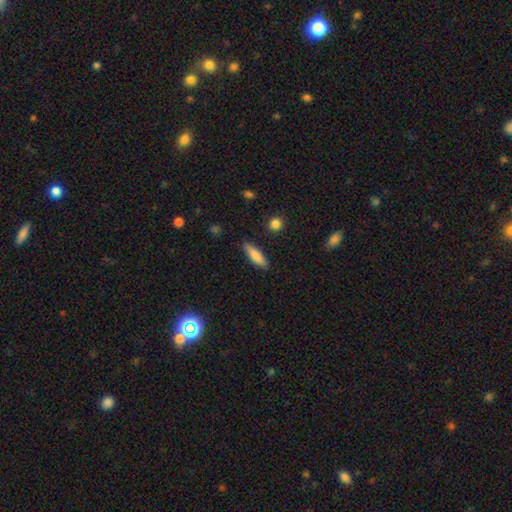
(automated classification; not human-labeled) smooth_or_featured: smooth (p=0.79) [alt: featured or disk p=0.14]
how_rounded: cigar-shaped (p=0.62) [alt: in between p=0.36]
merging: none (p=0.87) [alt: minor disturbance p=0.10]